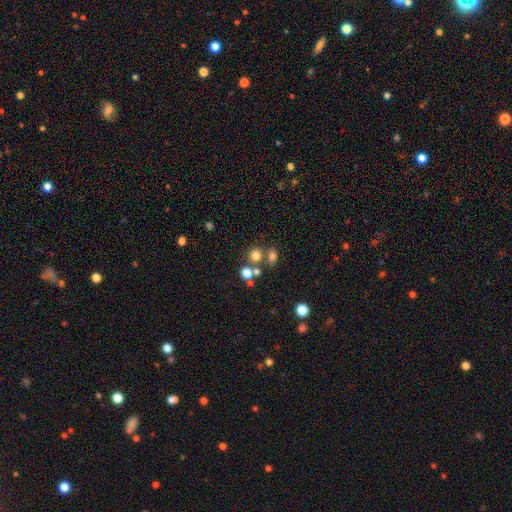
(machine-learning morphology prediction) Overall: smooth (73%). How rounded: round (78%). Merging: none (61%; merger 25%).